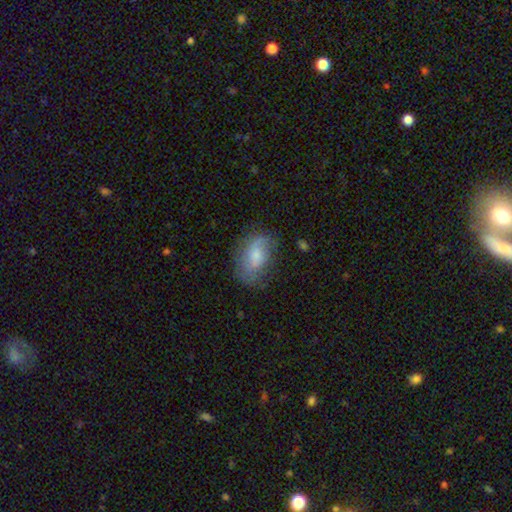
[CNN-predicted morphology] The model was most divided on "smooth or featured": smooth: 62%, featured or disk: 31%, star or artifact: 7%. More confident: how rounded — in between (89%); merging — none (61%).